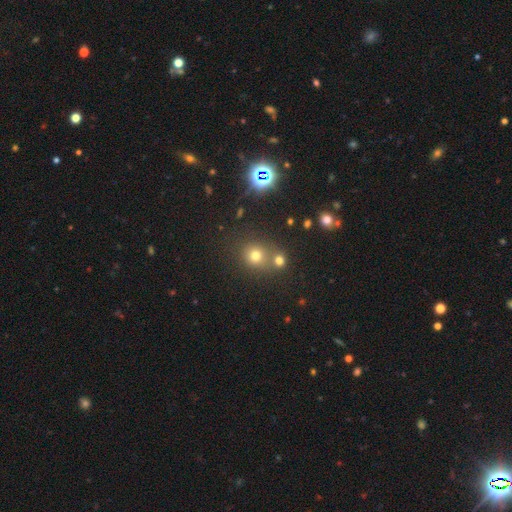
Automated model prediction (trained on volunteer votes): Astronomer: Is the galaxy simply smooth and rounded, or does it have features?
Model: smooth — 67%.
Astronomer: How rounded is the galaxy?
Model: round — 81%.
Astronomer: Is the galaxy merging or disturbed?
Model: none — 58%.